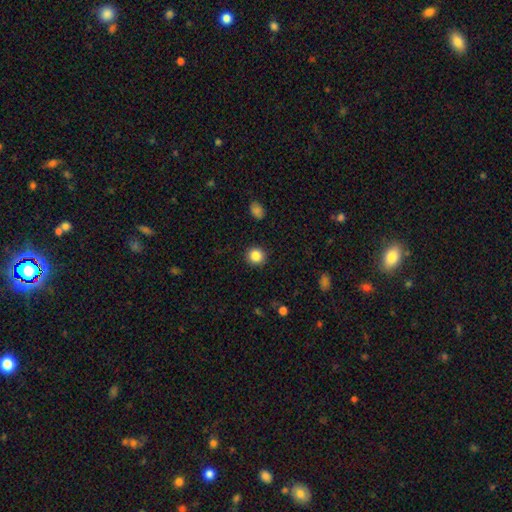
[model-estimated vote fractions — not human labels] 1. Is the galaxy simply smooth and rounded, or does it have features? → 86% smooth, 10% star or artifact, 4% featured or disk.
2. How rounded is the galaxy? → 92% round, 7% in between, 1% cigar-shaped.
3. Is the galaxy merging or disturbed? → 92% none, 5% minor disturbance, 2% major disturbance, 1% merger.